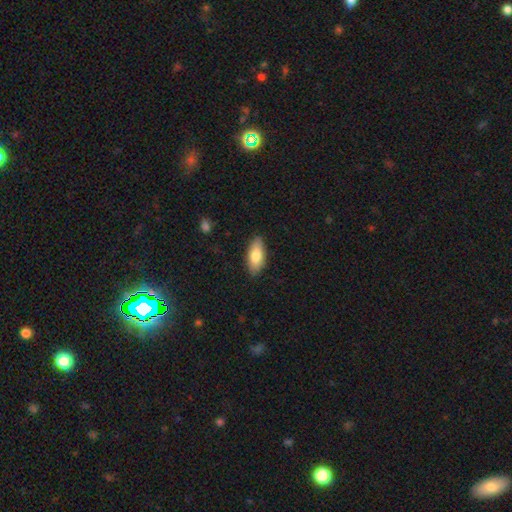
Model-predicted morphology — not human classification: Smooth or featured: smooth — 79% (featured or disk — 16%)
How rounded: in between — 85% (cigar-shaped — 12%)
Merging: none — 86% (minor disturbance — 11%)